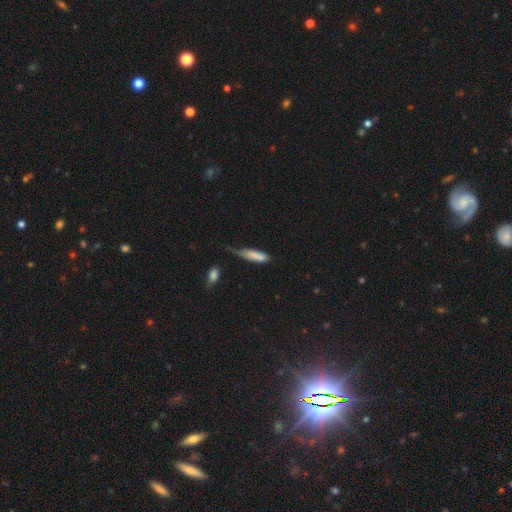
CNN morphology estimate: smooth 80%, featured or disk 13%, star or artifact 7%. Down the decision tree: how rounded — cigar-shaped (63%); merging — minor disturbance (40%).